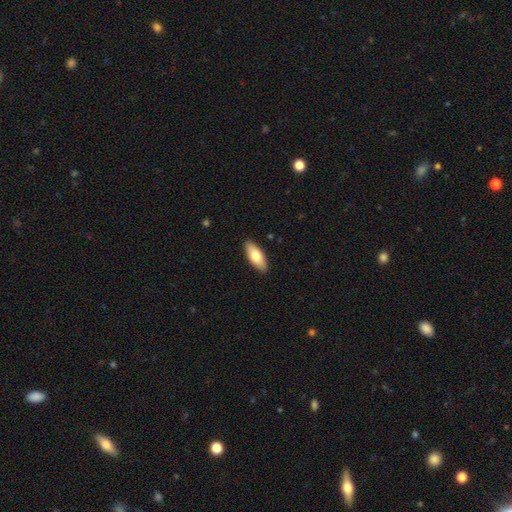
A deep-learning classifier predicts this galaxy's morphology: Smooth or featured: smooth — 76% (featured or disk — 18%)
How rounded: in between — 80% (cigar-shaped — 18%)
Merging: none — 90% (minor disturbance — 8%)